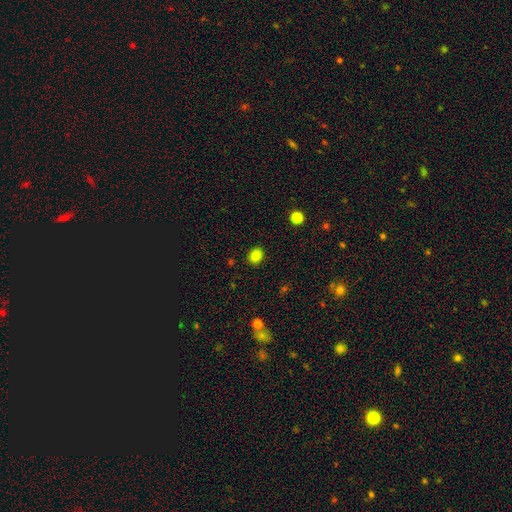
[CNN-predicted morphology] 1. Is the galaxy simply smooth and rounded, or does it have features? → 84% smooth, 11% star or artifact, 4% featured or disk.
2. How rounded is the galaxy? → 60% round, 40% in between, 1% cigar-shaped.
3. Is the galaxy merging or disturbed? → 89% none, 7% minor disturbance, 2% major disturbance, 1% merger.